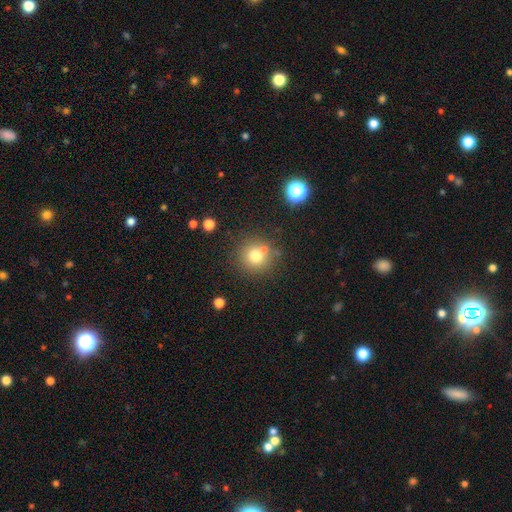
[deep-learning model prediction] Smooth or featured? Predicted: smooth (p=0.74). How rounded? Predicted: round (p=0.91). Merging? Predicted: none (p=0.69).